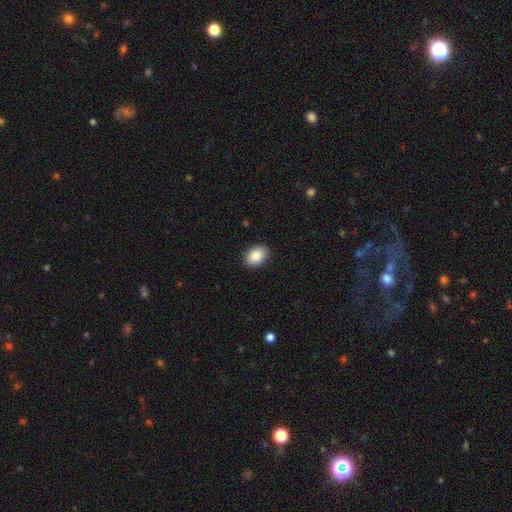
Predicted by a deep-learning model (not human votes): A smooth galaxy with no disk features (86%) that is in between round and cigar-shaped (80%). Merging: none (90%).